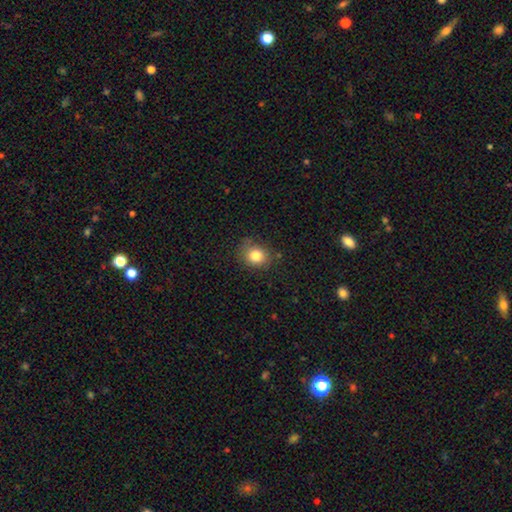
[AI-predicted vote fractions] This appears to be a smooth galaxy with no disk features (82%) that is round (69%). Merging: none (79%).